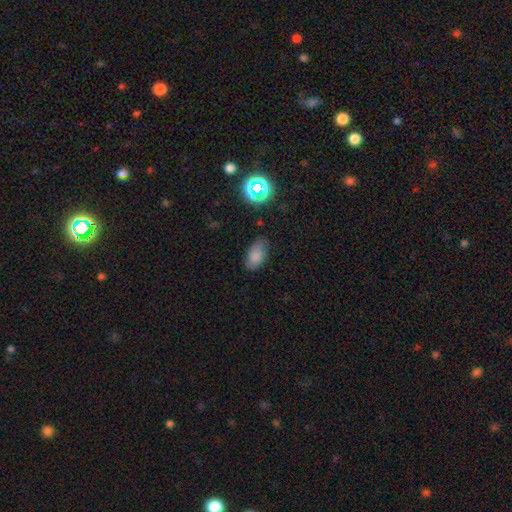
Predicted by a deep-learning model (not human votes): Smooth or featured? Predicted: smooth (p=0.78). How rounded? Predicted: in between (p=0.91). Merging? Predicted: none (p=0.70).